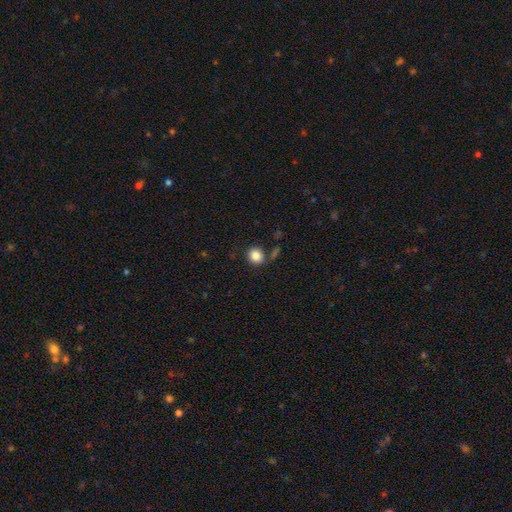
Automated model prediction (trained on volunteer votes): Smooth or featured: smooth — 86% (star or artifact — 10%)
How rounded: round — 75% (in between — 24%)
Merging: none — 79% (minor disturbance — 10%)